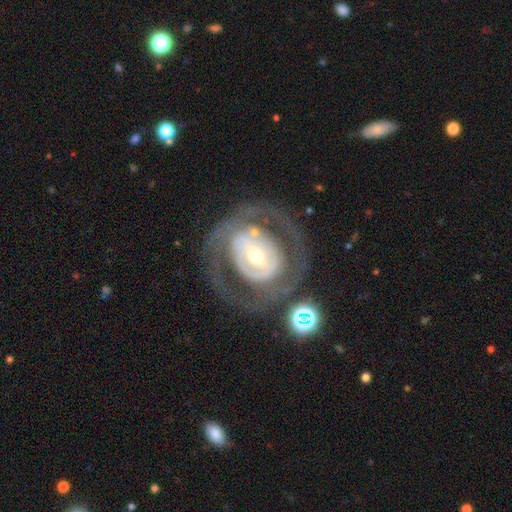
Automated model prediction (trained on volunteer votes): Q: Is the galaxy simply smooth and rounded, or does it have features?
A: featured or disk — 73%.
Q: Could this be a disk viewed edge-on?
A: no — 96%.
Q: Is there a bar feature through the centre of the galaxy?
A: no — 44%.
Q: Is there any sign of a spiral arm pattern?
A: no — 56%.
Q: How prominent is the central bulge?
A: small — 48%.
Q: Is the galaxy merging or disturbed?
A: none — 66%.